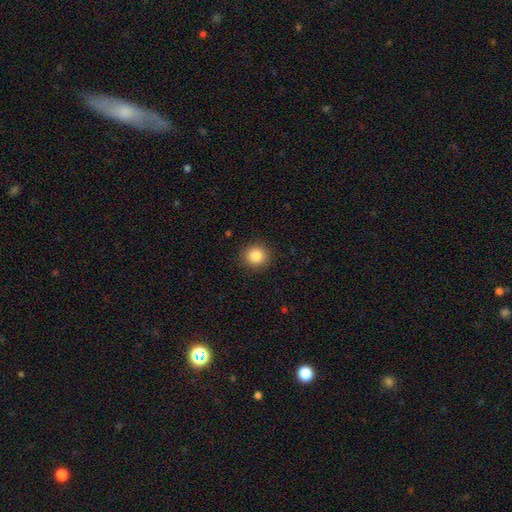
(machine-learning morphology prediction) smooth 86%, star or artifact 10%, featured or disk 4%. Down the decision tree: how rounded — round (90%); merging — none (91%).